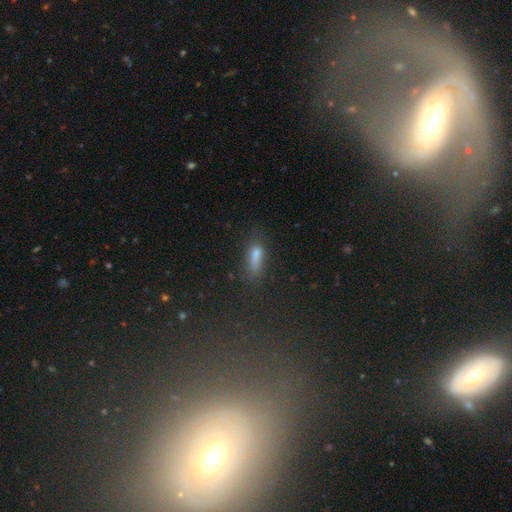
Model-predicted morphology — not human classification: This appears to be a smooth galaxy with no disk features (69%) that is in between round and cigar-shaped (60%). Merging: none (46%).